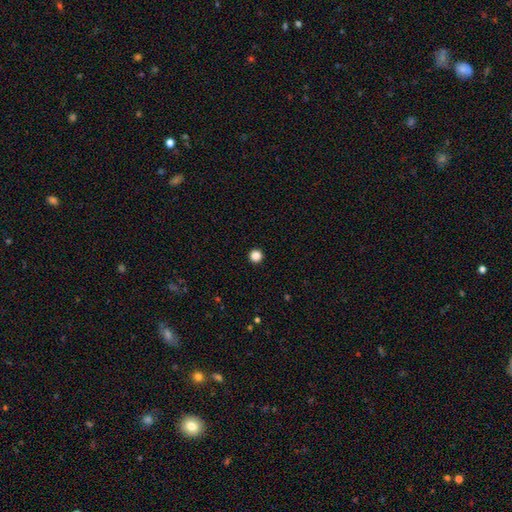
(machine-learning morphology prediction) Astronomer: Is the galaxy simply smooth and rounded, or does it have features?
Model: smooth — 86%.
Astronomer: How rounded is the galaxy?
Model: round — 96%.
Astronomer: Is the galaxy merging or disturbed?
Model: none — 94%.